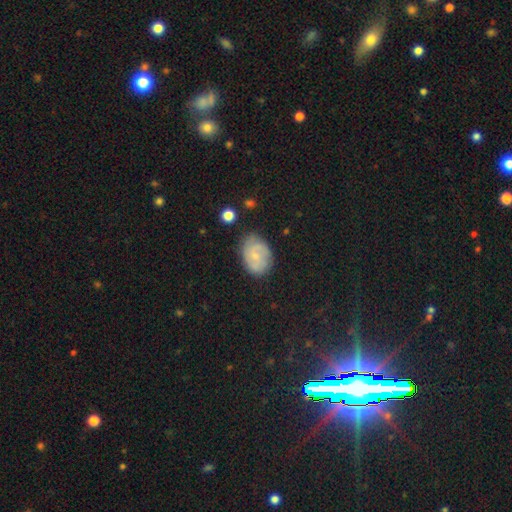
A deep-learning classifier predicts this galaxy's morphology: This appears to be a featured or disk galaxy (52%) with no bar (66%), spiral arms (81%) and a small central bulge (70%). Merging: none (73%).